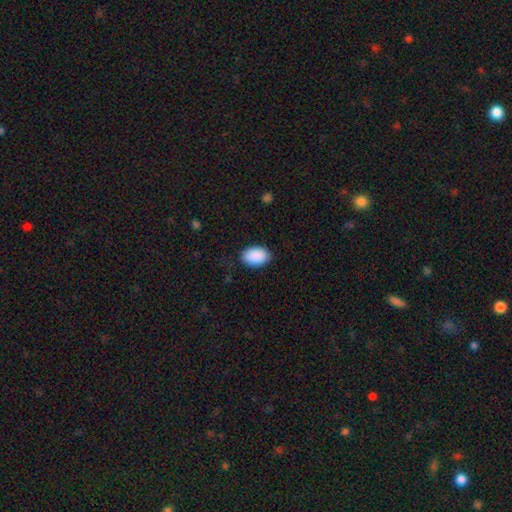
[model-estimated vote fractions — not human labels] smooth_or_featured: smooth (p=0.91) [alt: star or artifact p=0.06]
how_rounded: in between (p=0.91) [alt: round p=0.08]
merging: none (p=0.85) [alt: minor disturbance p=0.11]